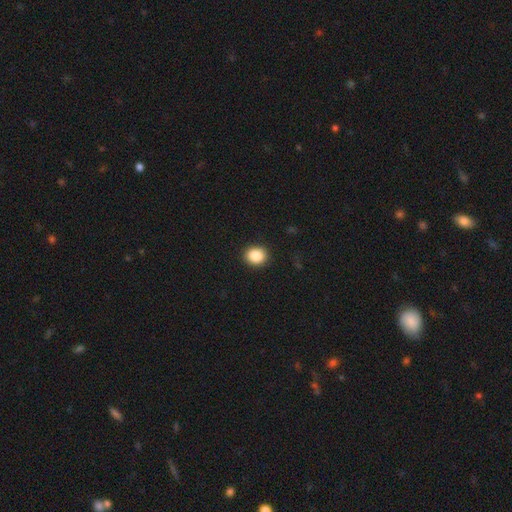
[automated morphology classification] Overall: smooth (87%). How rounded: round (73%). Merging: none (91%).